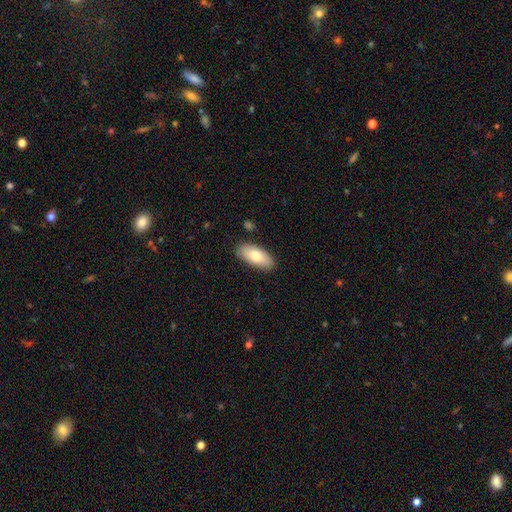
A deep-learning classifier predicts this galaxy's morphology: A smooth galaxy with no disk features (76%) that is in between round and cigar-shaped (87%). Merging: none (87%).